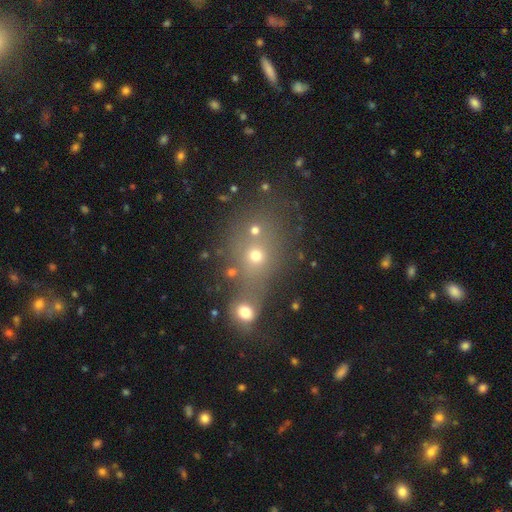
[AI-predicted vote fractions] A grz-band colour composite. It shows a smooth galaxy with no disk features (57%) that is round (65%). Merging: merger (52%).